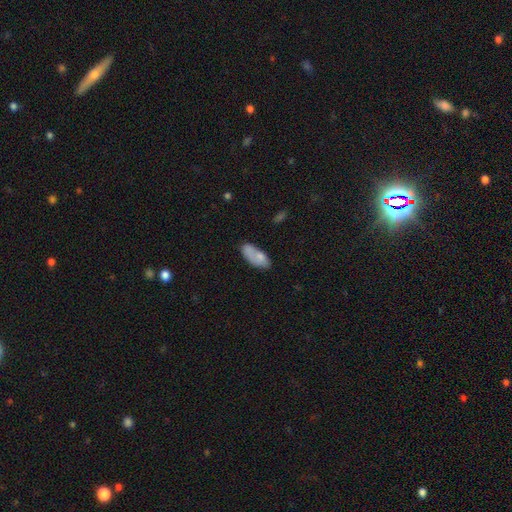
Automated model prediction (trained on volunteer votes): The model was most divided on "merging": none: 46%, minor disturbance: 23%, merger: 21%, major disturbance: 10%. More confident: how rounded — in between (86%); smooth or featured — smooth (74%).